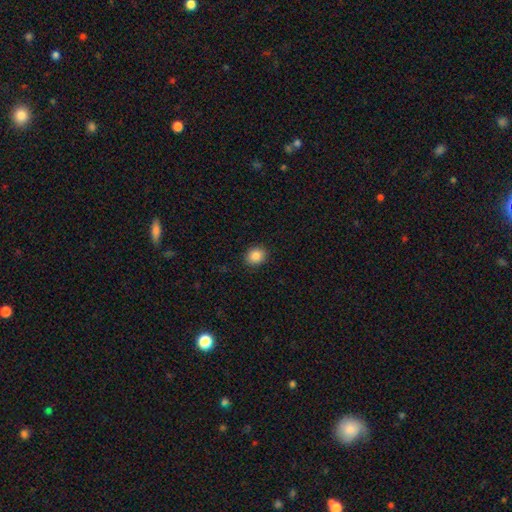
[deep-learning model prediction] smooth-or-featured: smooth: 87% | star or artifact: 9% | featured or disk: 4%
  how-rounded: round: 61% | in between: 38% | cigar-shaped: 1%
  merging: none: 90% | minor disturbance: 7% | major disturbance: 2% | merger: 1%